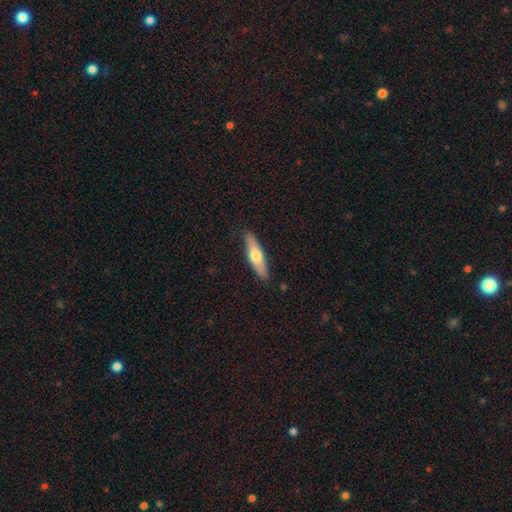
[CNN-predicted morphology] Smooth or featured? smooth (58%)
How rounded? cigar-shaped (67%)
Merging? none (87%)